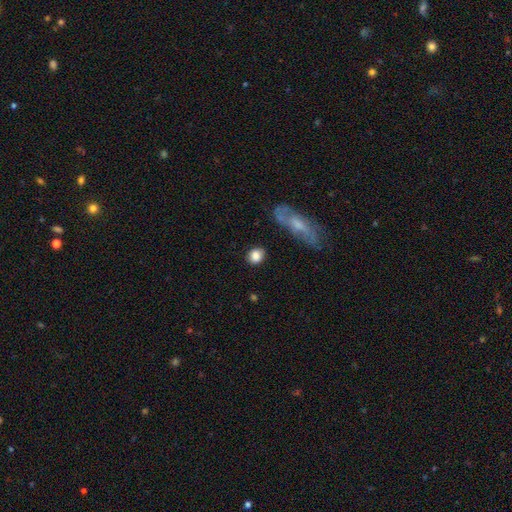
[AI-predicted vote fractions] This is clearly a smooth galaxy (84%). How rounded: possibly round (58%). Merging: clearly none (82%).